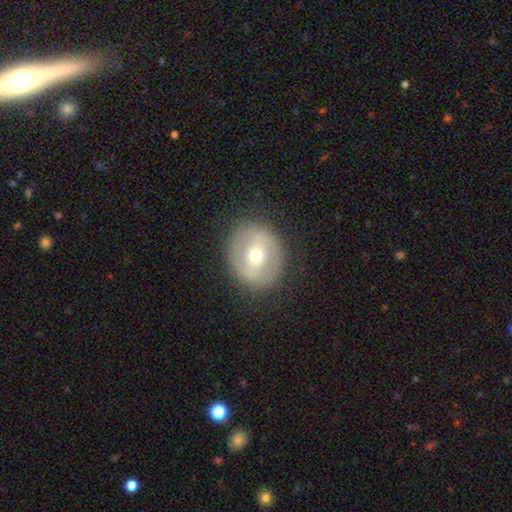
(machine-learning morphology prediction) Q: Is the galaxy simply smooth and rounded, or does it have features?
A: featured or disk — 55%.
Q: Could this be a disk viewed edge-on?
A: no — 93%.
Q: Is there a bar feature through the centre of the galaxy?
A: weak — 36%.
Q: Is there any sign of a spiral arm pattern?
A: no — 74%.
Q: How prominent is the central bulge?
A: moderate — 60%.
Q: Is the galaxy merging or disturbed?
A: none — 85%.